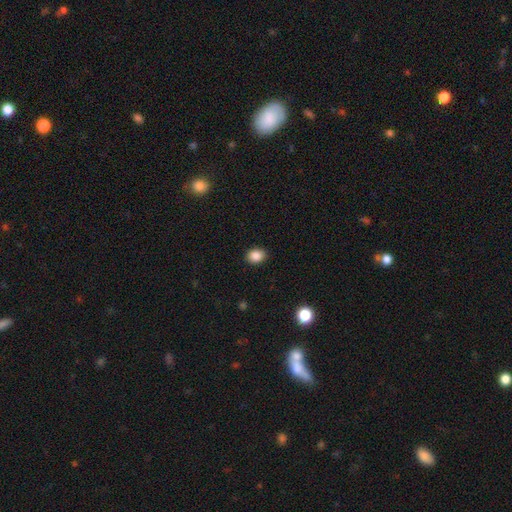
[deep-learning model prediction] This appears to be a smooth galaxy with no disk features (87%) that is in between round and cigar-shaped (56%). Merging: none (89%).